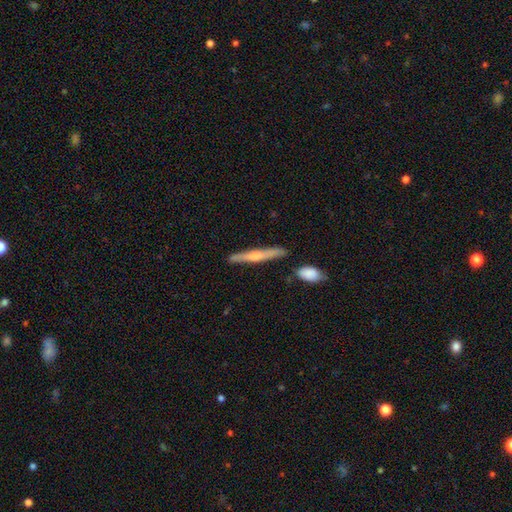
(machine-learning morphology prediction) Q: Smooth or featured?
A: featured or disk (55%); runner-up: smooth (39%)
Q: Edge-on disk?
A: yes (95%); runner-up: no (5%)
Q: Edge-on bulge?
A: rounded (71%); runner-up: none (18%)
Q: Merging?
A: none (84%); runner-up: minor disturbance (10%)